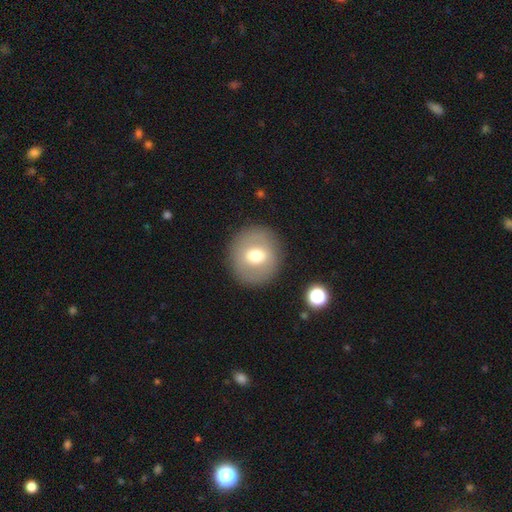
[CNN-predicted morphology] This appears to be a smooth galaxy with no disk features (62%) that is round (86%). Merging: none (87%).